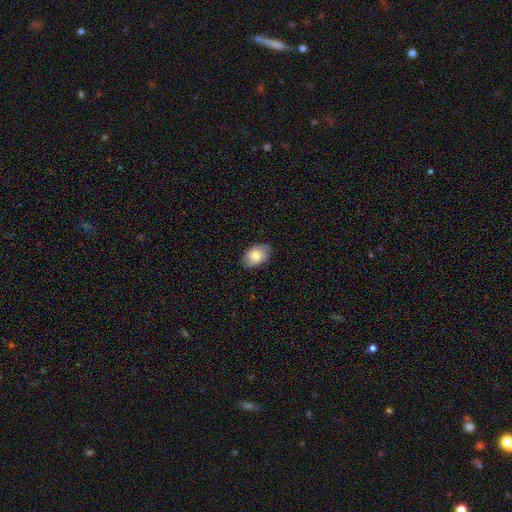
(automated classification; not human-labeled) Morphology: type=smooth (79%); roundness=in between (87%); merging=none (81%).